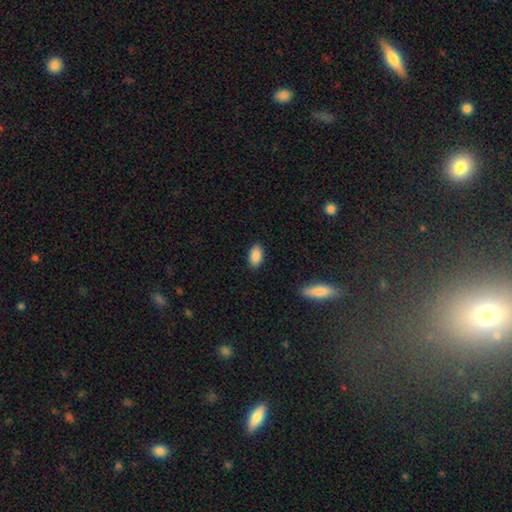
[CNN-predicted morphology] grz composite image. It shows a smooth galaxy with no disk features (89%) that is in between round and cigar-shaped (93%). Merging: none (88%).